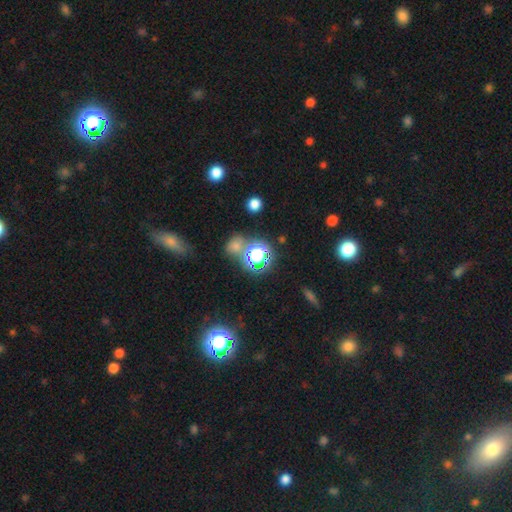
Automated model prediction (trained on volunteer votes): smooth_or_featured: star or artifact (p=0.64) [alt: smooth p=0.26]